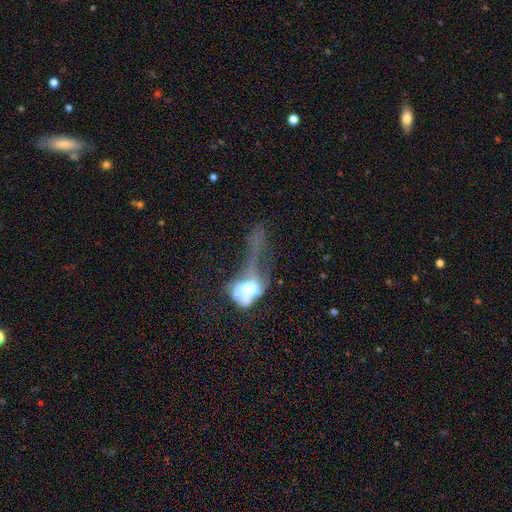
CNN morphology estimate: Smooth or featured?
  - featured or disk: 41% *
  - smooth: 32%
  - star or artifact: 27%
Merging?
  - major disturbance: 48% *
  - merger: 21%
  - none: 19%
  - minor disturbance: 12%